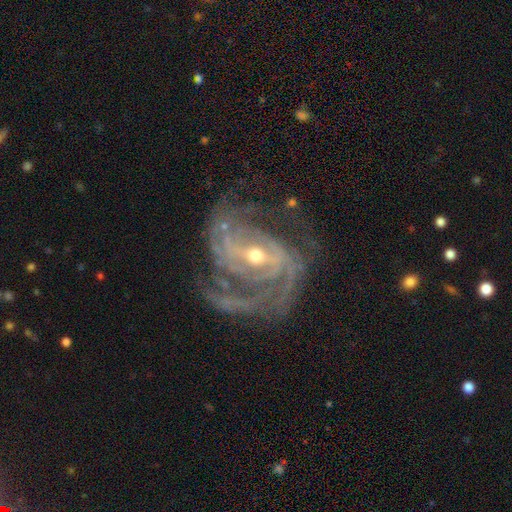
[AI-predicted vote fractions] Overall: featured or disk (92%). Edge-on disk: no (97%). Bar: strong (44%; weak 38%). Spiral arms: yes (97%). Spiral arm count: 2 (39%; 3 21%). Spiral winding: medium (43%, tied with tight). Bulge size: small (53%; moderate 44%). Merging: none (61%).